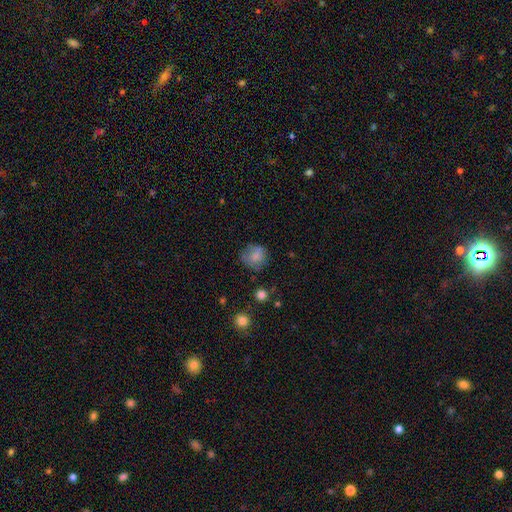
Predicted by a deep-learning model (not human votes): Smooth or featured: smooth — 77% (featured or disk — 13%)
How rounded: round — 80% (in between — 19%)
Merging: none — 65% (minor disturbance — 23%)